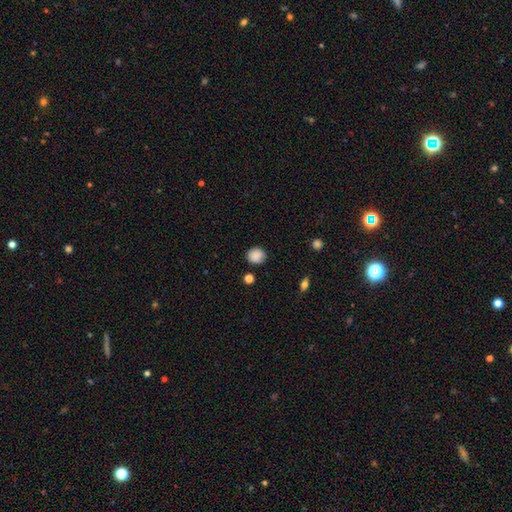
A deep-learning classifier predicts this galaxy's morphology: Smooth or featured: smooth — 87% (star or artifact — 9%)
How rounded: round — 84% (in between — 15%)
Merging: none — 85% (minor disturbance — 11%)